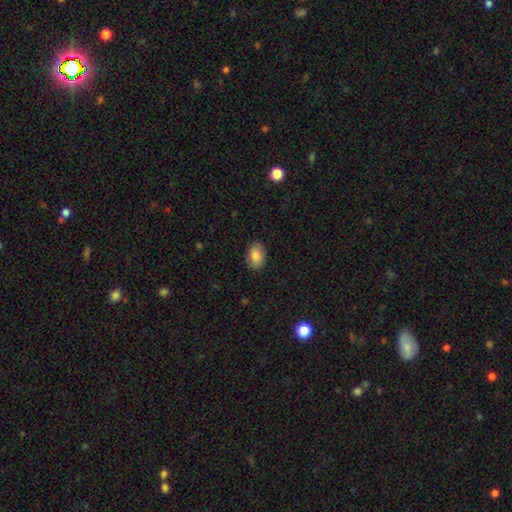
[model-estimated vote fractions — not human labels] This appears to be a smooth galaxy with no disk features (85%) that is in between round and cigar-shaped (86%). Merging: none (87%).